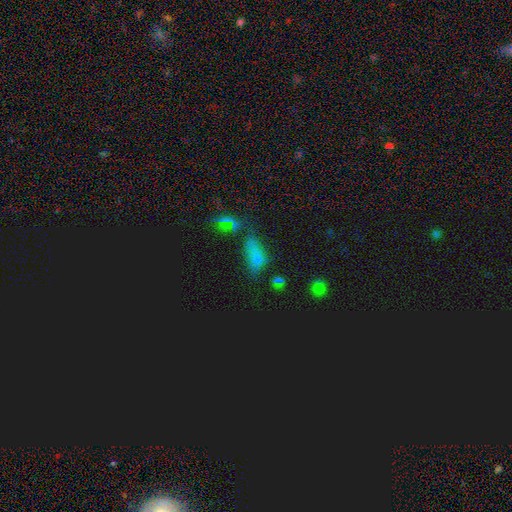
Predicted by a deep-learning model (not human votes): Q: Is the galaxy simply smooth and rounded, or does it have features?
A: smooth — 58%.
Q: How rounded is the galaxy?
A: in between — 78%.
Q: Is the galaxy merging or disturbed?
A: none — 42%.